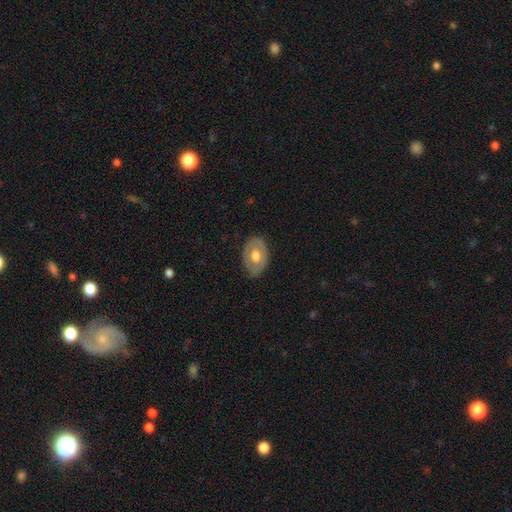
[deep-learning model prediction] A smooth galaxy with no disk features (51%) that is in between round and cigar-shaped (81%). Merging: none (78%).